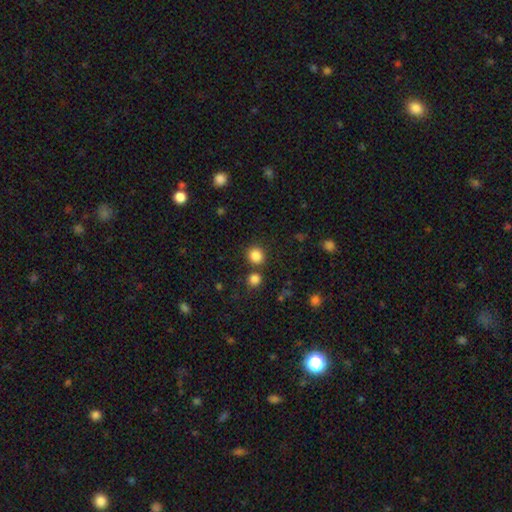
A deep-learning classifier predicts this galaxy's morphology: Smooth or featured?
  - smooth: 85% *
  - star or artifact: 11%
  - featured or disk: 4%
How rounded?
  - round: 82% *
  - in between: 17%
  - cigar-shaped: 1%
Merging?
  - none: 78% *
  - merger: 11%
  - minor disturbance: 8%
  - major disturbance: 3%